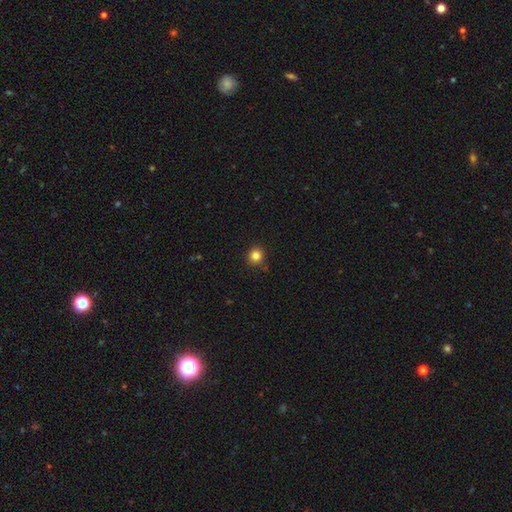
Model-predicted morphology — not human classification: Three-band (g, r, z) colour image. It shows a smooth galaxy with no disk features (83%) that is round (91%). Merging: none (88%).